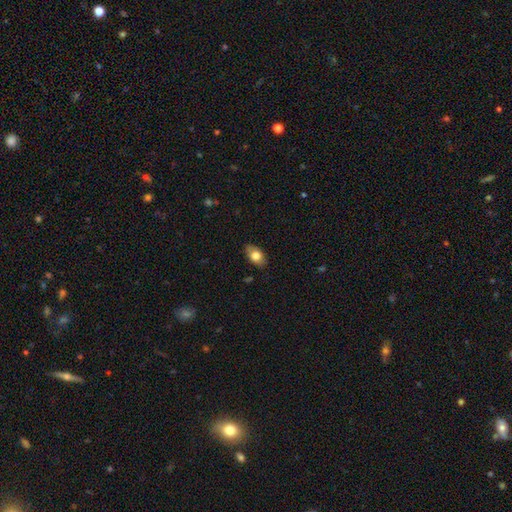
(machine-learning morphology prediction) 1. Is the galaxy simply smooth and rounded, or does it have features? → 77% smooth, 16% featured or disk, 8% star or artifact.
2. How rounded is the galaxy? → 88% in between, 10% round, 2% cigar-shaped.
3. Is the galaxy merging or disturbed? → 83% none, 13% minor disturbance, 2% major disturbance, 1% merger.